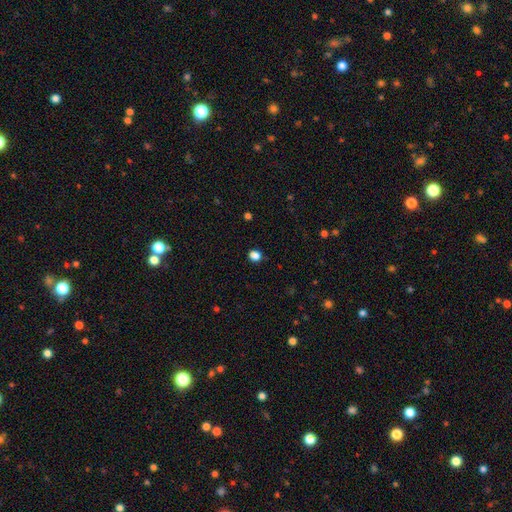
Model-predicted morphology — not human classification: Smooth or featured? smooth (81%)
How rounded? round (55%)
Merging? none (87%)